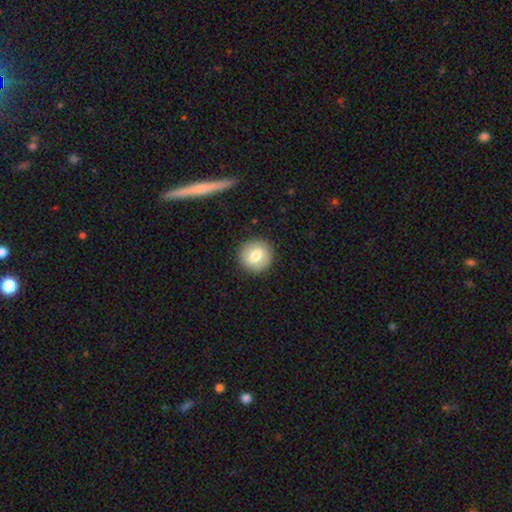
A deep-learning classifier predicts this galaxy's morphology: smooth_or_featured: smooth (p=0.71) [alt: featured or disk p=0.22]
how_rounded: round (p=0.89) [alt: in between p=0.10]
merging: none (p=0.89) [alt: minor disturbance p=0.07]